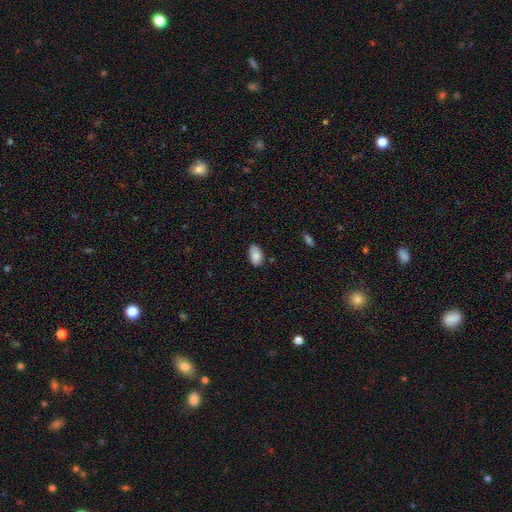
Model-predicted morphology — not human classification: Q: Smooth or featured?
A: smooth (85%); runner-up: featured or disk (8%)
Q: How rounded?
A: in between (93%); runner-up: round (6%)
Q: Merging?
A: none (72%); runner-up: minor disturbance (23%)